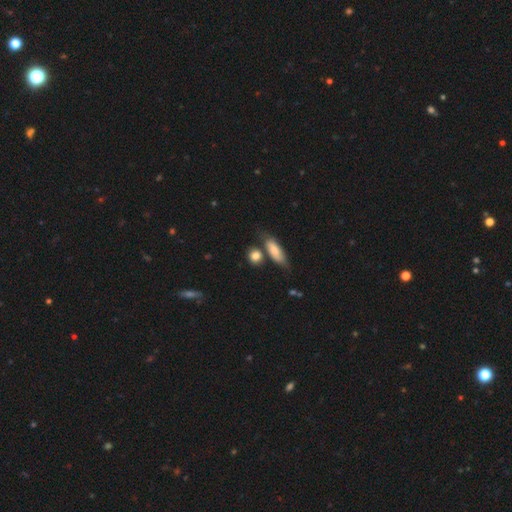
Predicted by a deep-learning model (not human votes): Morphology: type=smooth (82%); roundness=round (55%); merging=none (63%).